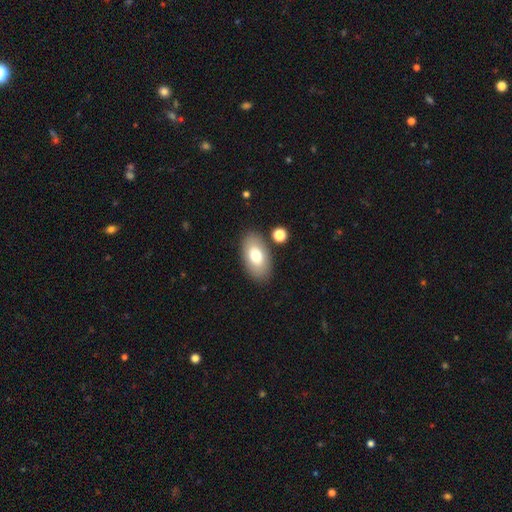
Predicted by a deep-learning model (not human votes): This appears to be a smooth galaxy with no disk features (74%) that is in between round and cigar-shaped (93%). Merging: none (83%).